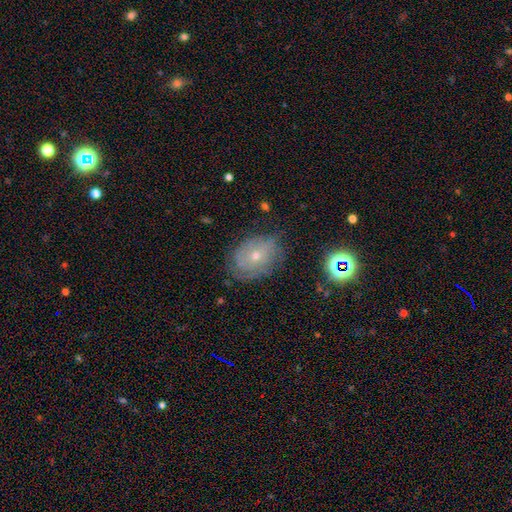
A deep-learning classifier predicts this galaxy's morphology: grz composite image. It shows a featured or disk galaxy (54%) with no bar (83%), spiral arms (71%) and a small central bulge (60%). Merging: none (69%).